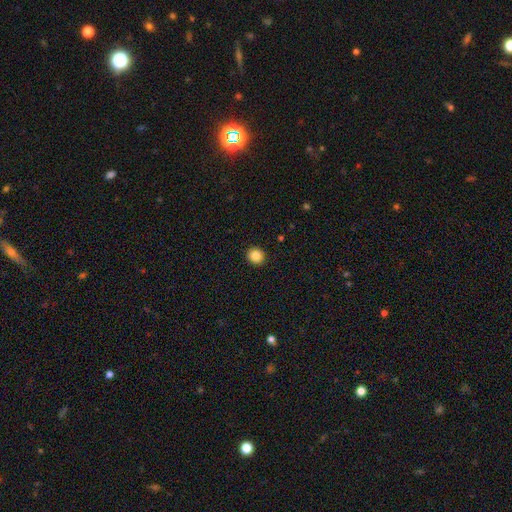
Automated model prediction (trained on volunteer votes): A smooth galaxy with no disk features (85%) that is round (89%).

Vote fractions:
- Smooth or featured? smooth: 85% / star or artifact: 10% / featured or disk: 5%
- How rounded? round: 89% / in between: 10% / cigar-shaped: 1%
- Merging? none: 93% / minor disturbance: 5% / major disturbance: 1% / merger: 1%